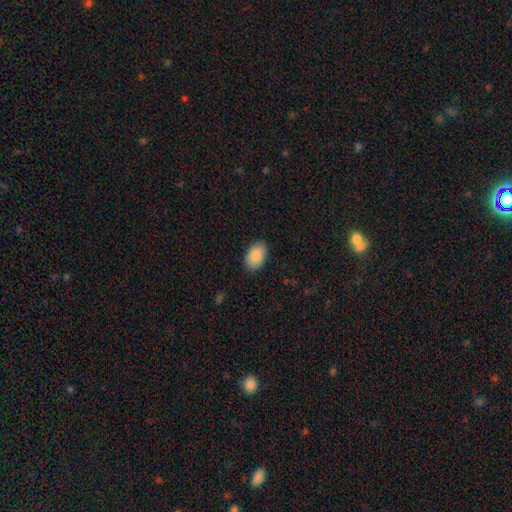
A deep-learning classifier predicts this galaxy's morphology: This is clearly a smooth galaxy (89%). How rounded: clearly in between (90%). Merging: clearly none (86%).